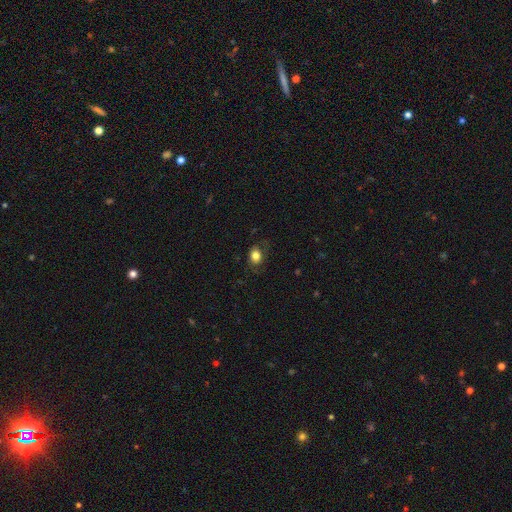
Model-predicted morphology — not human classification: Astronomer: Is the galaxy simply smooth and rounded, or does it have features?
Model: smooth — 81%.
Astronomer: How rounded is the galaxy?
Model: in between — 57% (runner-up: round, 42%).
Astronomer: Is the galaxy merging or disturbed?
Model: none — 72%.